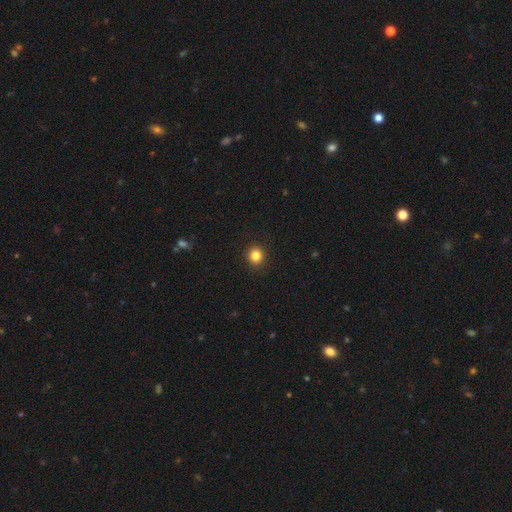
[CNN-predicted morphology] A smooth galaxy with no disk features (84%) that is round (91%). Merging: none (93%).